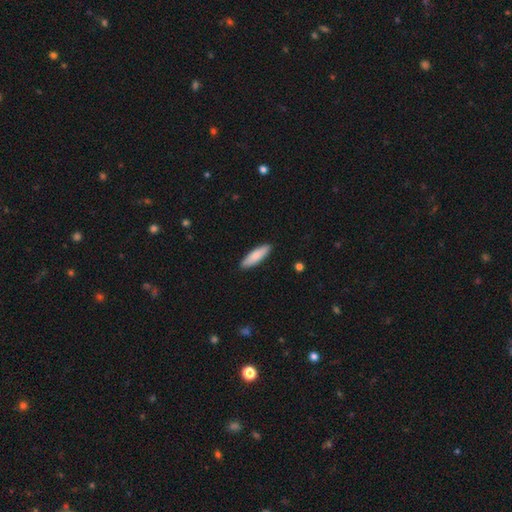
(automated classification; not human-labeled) Smooth or featured: smooth — 82% (featured or disk — 13%)
How rounded: cigar-shaped — 63% (in between — 35%)
Merging: none — 90% (minor disturbance — 7%)